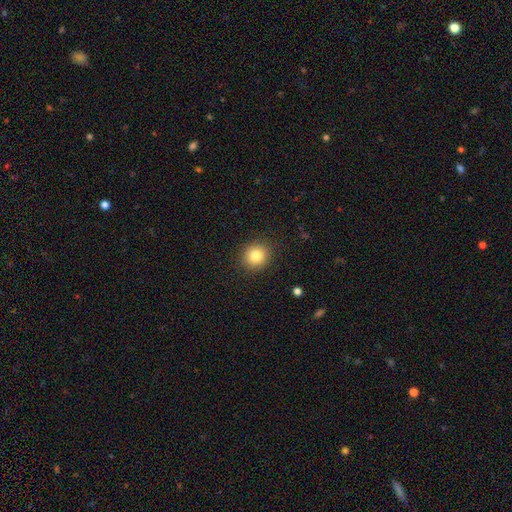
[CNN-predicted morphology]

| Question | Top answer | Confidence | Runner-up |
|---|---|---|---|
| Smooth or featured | smooth | 83% | star or artifact (10%) |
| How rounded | round | 84% | in between (15%) |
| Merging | none | 89% | minor disturbance (7%) |